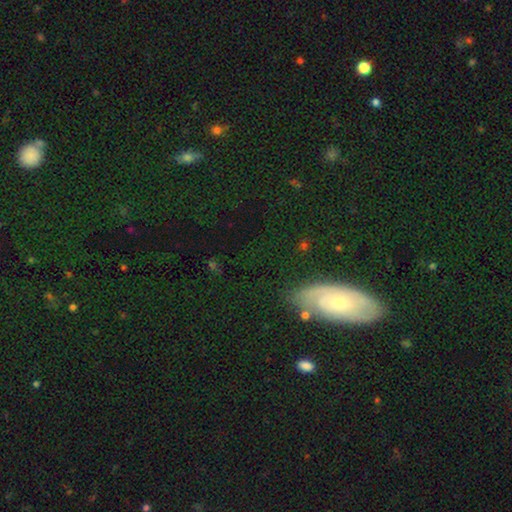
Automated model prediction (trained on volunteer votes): Q: Smooth or featured?
A: star or artifact (45%); runner-up: featured or disk (28%)